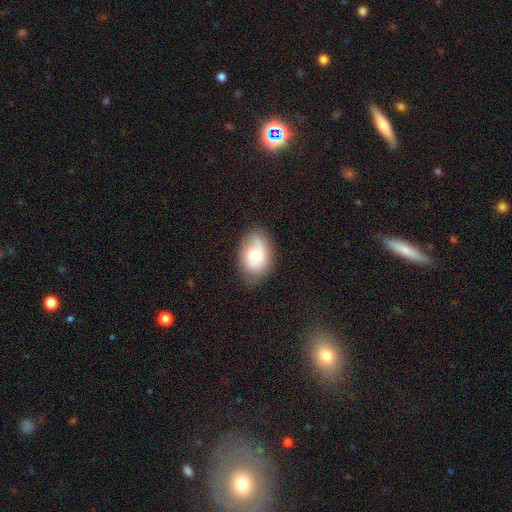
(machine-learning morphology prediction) Overall: smooth (58%; featured or disk 34%). How rounded: in between (81%). Merging: none (71%).